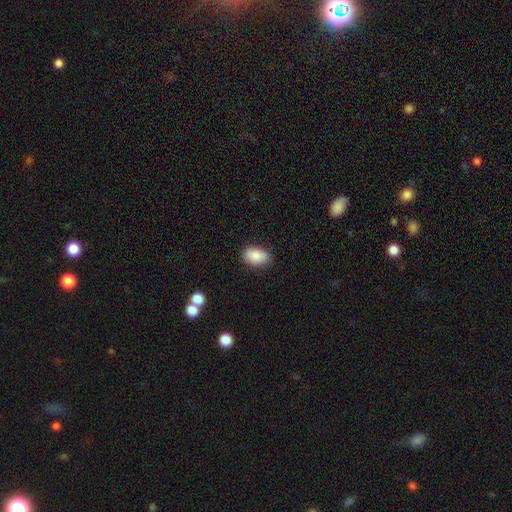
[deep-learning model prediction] A smooth galaxy with no disk features (87%) that is in between round and cigar-shaped (90%). Merging: none (85%).